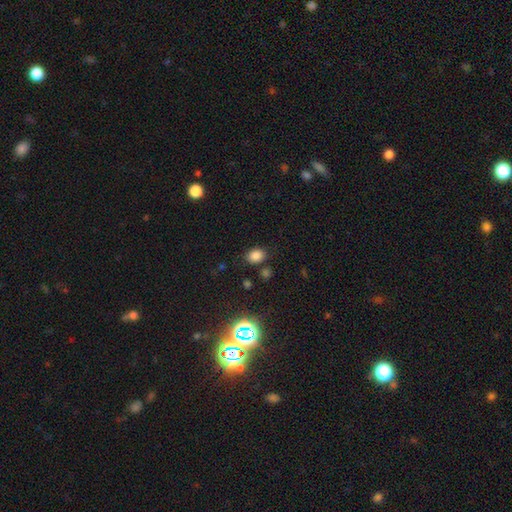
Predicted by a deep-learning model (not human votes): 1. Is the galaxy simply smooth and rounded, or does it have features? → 79% smooth, 16% star or artifact, 5% featured or disk.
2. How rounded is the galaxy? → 61% in between, 38% round, 1% cigar-shaped.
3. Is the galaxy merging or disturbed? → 77% none, 13% minor disturbance, 5% merger, 4% major disturbance.